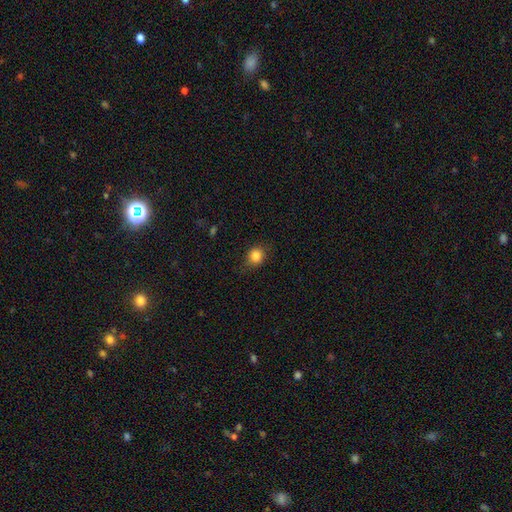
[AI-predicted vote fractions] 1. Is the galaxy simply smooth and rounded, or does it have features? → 83% smooth, 11% star or artifact, 6% featured or disk.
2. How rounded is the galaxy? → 74% round, 25% in between, 1% cigar-shaped.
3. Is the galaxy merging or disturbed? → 79% none, 16% minor disturbance, 4% major disturbance, 1% merger.